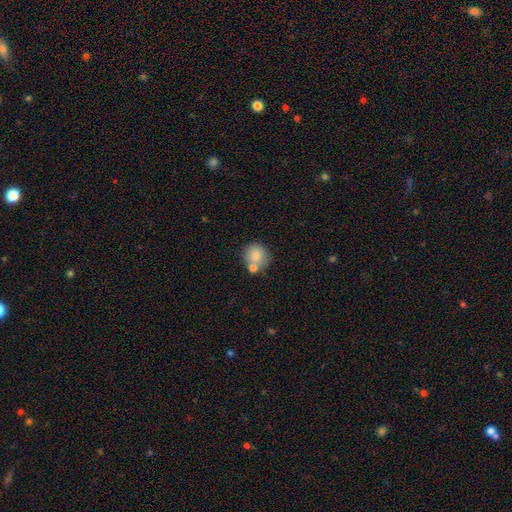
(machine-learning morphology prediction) smooth 79%, featured or disk 12%, star or artifact 9%. Down the decision tree: how rounded — round (88%); merging — none (66%).